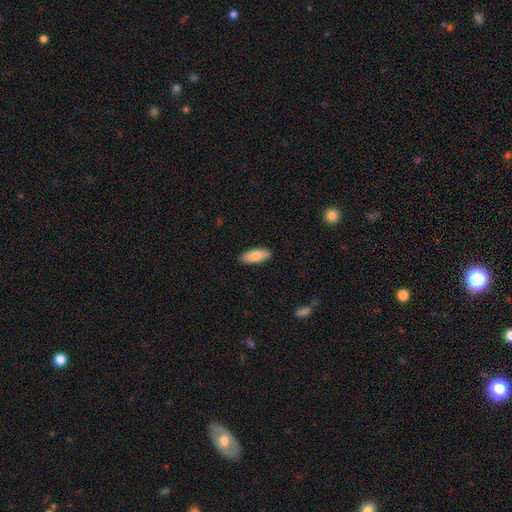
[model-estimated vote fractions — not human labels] This appears to be a smooth galaxy with no disk features (85%) that is in between round and cigar-shaped (78%). Merging: none (89%).